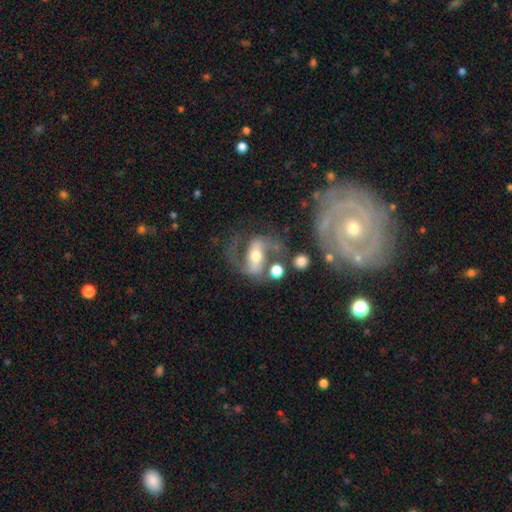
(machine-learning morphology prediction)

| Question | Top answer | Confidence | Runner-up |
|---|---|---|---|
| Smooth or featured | featured or disk | 84% | smooth (10%) |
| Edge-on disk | no | 96% | yes (4%) |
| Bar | strong | 50% | weak (31%) |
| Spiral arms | yes | 93% | no (7%) |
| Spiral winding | medium | 49% | loose (40%) |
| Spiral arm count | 2 | 89% | 1 (5%) |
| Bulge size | moderate | 70% | small (18%) |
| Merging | none | 55% | major disturbance (18%) |